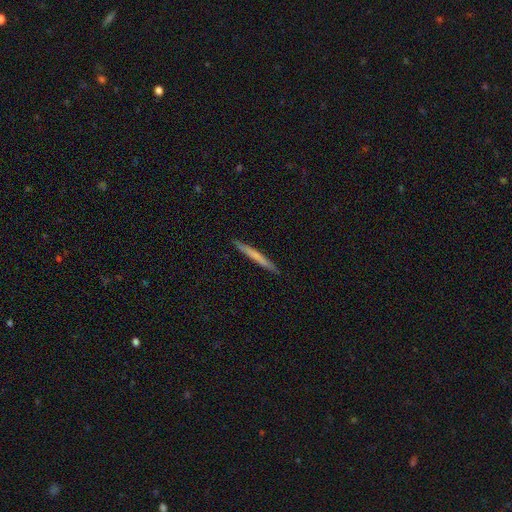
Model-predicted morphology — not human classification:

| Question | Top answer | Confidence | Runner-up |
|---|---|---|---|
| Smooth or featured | smooth | 59% | featured or disk (36%) |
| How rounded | cigar-shaped | 97% | in between (2%) |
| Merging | none | 91% | minor disturbance (6%) |